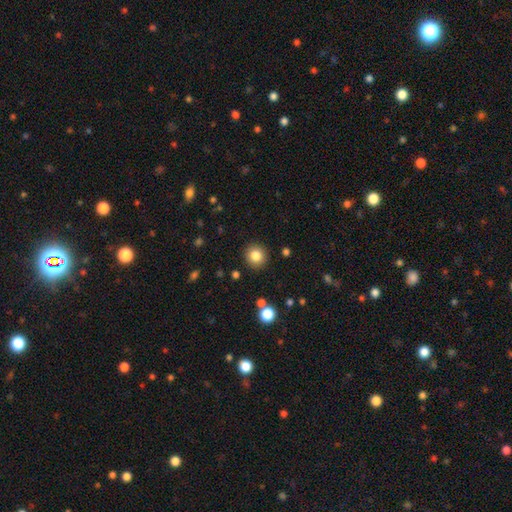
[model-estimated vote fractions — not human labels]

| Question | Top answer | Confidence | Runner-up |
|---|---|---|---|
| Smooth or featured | smooth | 83% | star or artifact (11%) |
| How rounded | round | 92% | in between (7%) |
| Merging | none | 91% | minor disturbance (6%) |